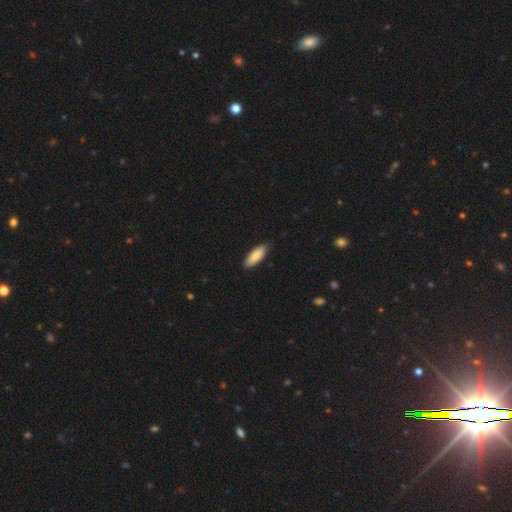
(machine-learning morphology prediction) A smooth galaxy with no disk features (85%) that is in between round and cigar-shaped (66%).

Vote fractions:
- Smooth or featured? smooth: 85% / featured or disk: 9% / star or artifact: 5%
- How rounded? in between: 66% / cigar-shaped: 32% / round: 2%
- Merging? none: 87% / minor disturbance: 11% / major disturbance: 2% / merger: 1%